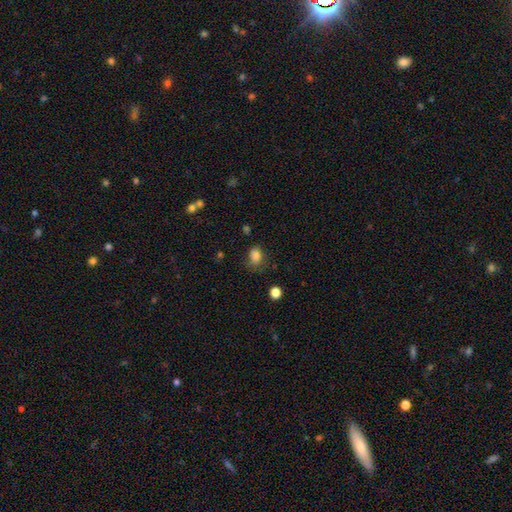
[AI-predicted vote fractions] Q: Smooth or featured?
A: smooth (82%); runner-up: star or artifact (11%)
Q: How rounded?
A: in between (73%); runner-up: round (26%)
Q: Merging?
A: none (57%); runner-up: minor disturbance (29%)